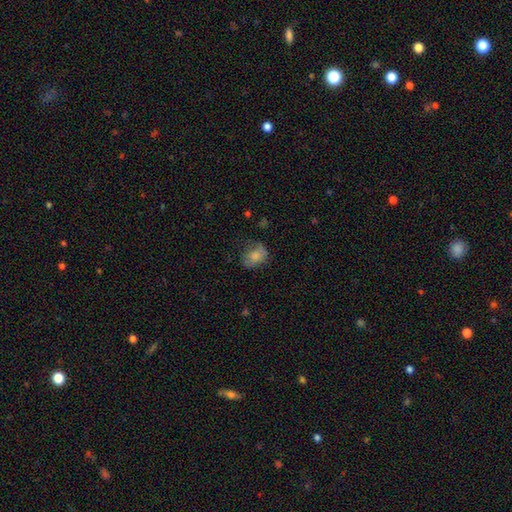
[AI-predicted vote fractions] Smooth or featured?
  - smooth: 70% *
  - featured or disk: 21%
  - star or artifact: 10%
How rounded?
  - in between: 57% *
  - round: 42%
  - cigar-shaped: 1%
Merging?
  - none: 49% *
  - minor disturbance: 29%
  - major disturbance: 20%
  - merger: 2%